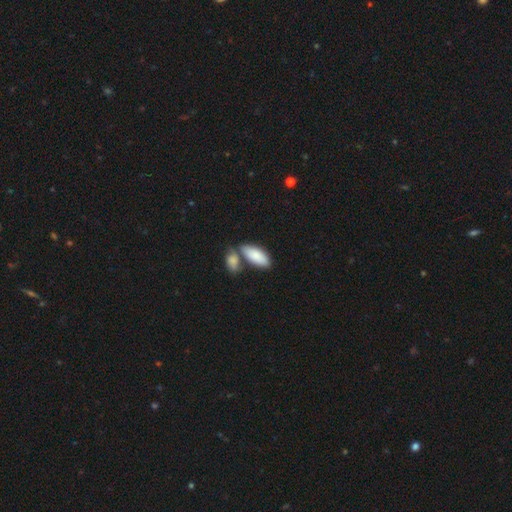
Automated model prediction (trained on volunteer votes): This appears to be a smooth galaxy with no disk features (85%) that is in between round and cigar-shaped (86%). Merging: none (47%).